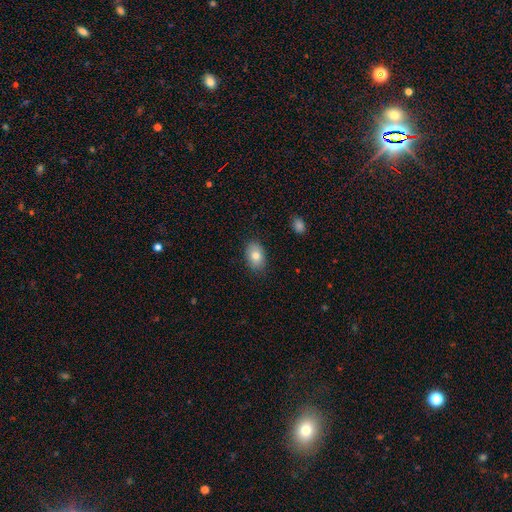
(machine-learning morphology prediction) Q: Smooth or featured?
A: smooth (80%); runner-up: featured or disk (12%)
Q: How rounded?
A: in between (86%); runner-up: round (12%)
Q: Merging?
A: none (85%); runner-up: minor disturbance (11%)